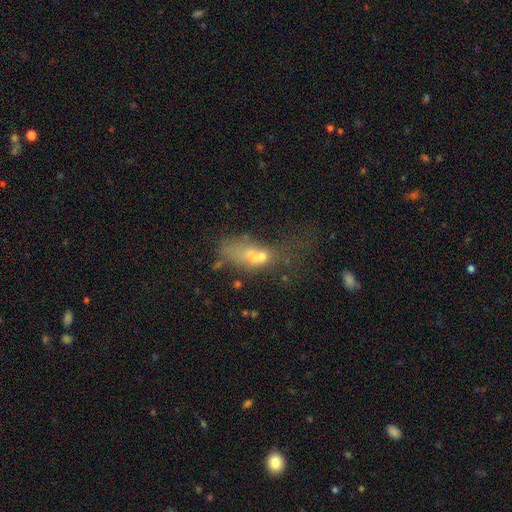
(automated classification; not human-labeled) A smooth galaxy with no disk features (47%). Merging: major disturbance (40%).